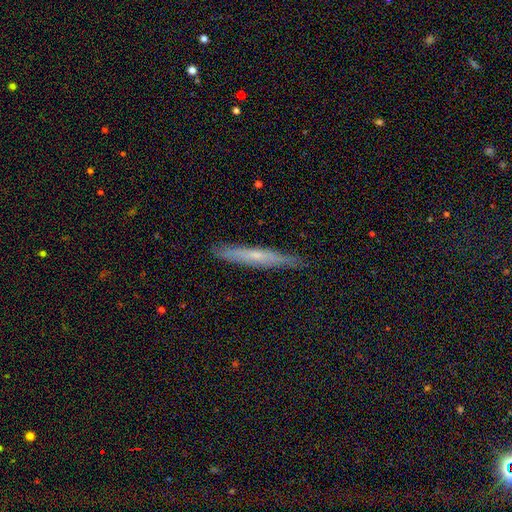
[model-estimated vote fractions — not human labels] Smooth or featured: featured or disk — 49% (smooth — 43%)
Merging: none — 87% (minor disturbance — 10%)